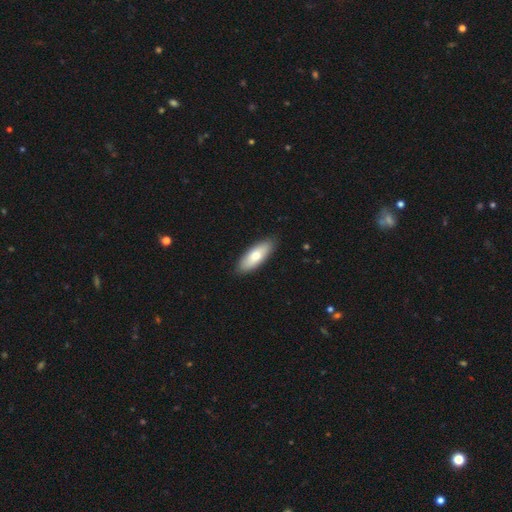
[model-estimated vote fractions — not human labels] Overall: smooth (74%). How rounded: in between (71%). Merging: none (87%).